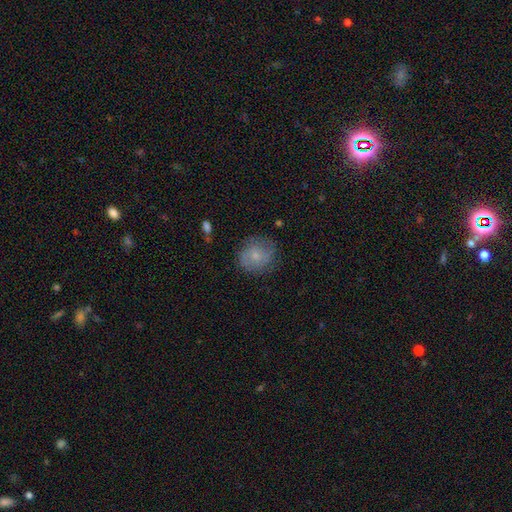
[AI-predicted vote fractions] This is possibly a smooth galaxy (58%). How rounded: likely round (79%). Merging: likely none (74%).